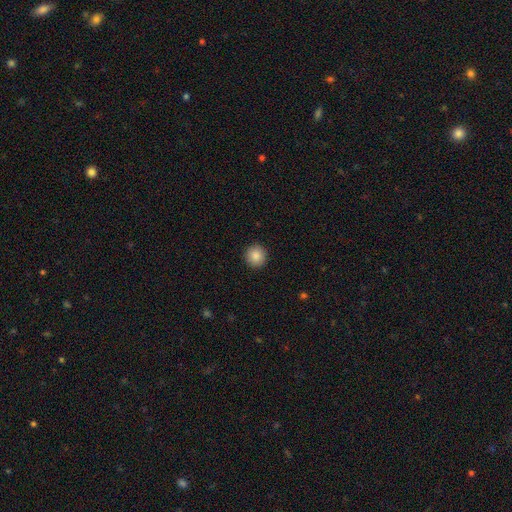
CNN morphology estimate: A smooth galaxy with no disk features (87%) that is round (93%). Merging: none (92%).